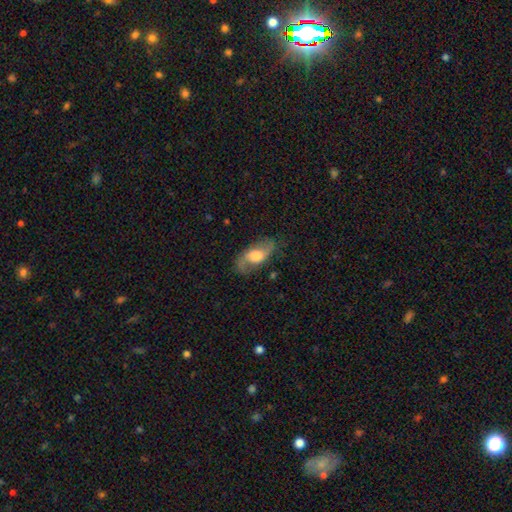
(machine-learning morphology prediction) Smooth or featured: featured or disk — 68% (smooth — 26%)
Edge-on disk: no — 91% (yes — 9%)
Bar: no — 57% (weak — 35%)
Spiral arms: yes — 90% (no — 10%)
Spiral winding: loose — 61% (medium — 31%)
Spiral arm count: 2 — 90% (can't tell — 4%)
Bulge size: moderate — 43% (large — 38%)
Merging: none — 75% (minor disturbance — 16%)